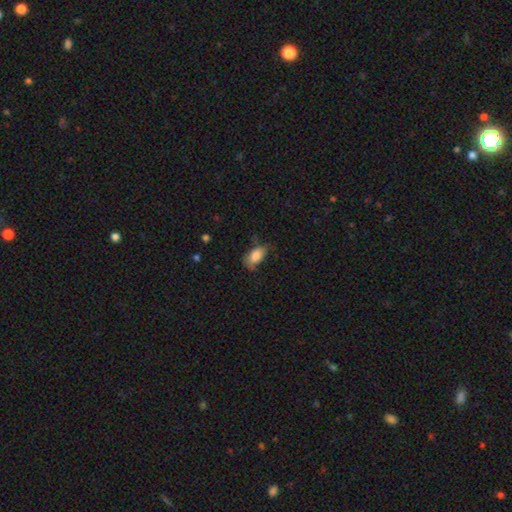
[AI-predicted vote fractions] smooth 82%, featured or disk 11%, star or artifact 7%. Down the decision tree: how rounded — in between (92%); merging — none (53%).